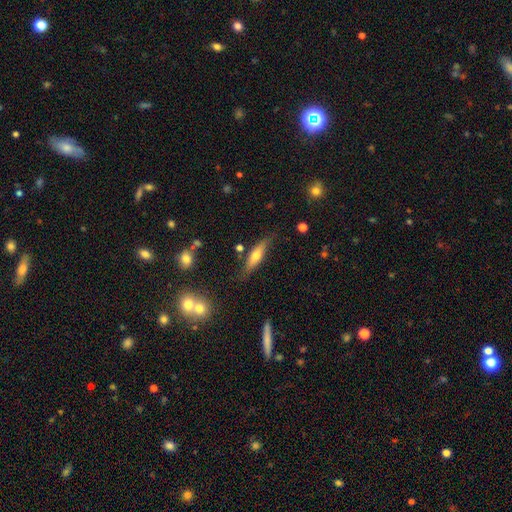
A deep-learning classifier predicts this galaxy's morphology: Smooth or featured? Predicted: smooth (p=0.53). How rounded? Predicted: cigar-shaped (p=0.62). Merging? Predicted: none (p=0.74).